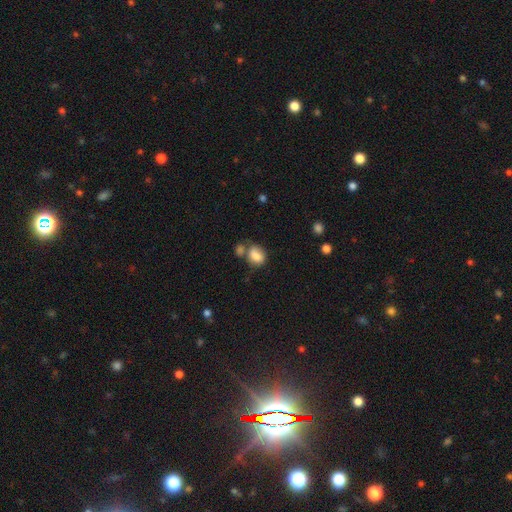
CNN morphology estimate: Overall: smooth (82%). How rounded: in between (64%; round 35%). Merging: none (42%; merger 32%).